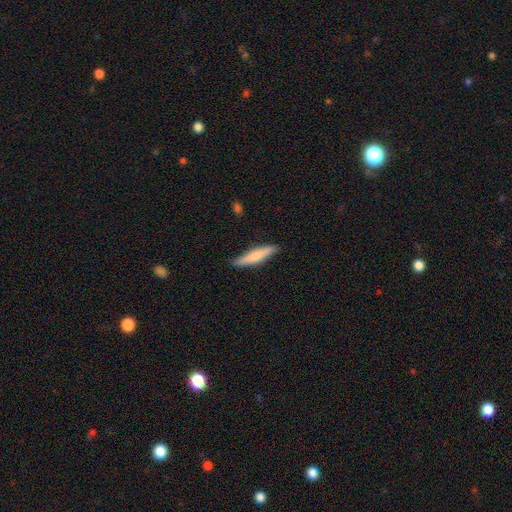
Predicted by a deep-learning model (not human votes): Q: Smooth or featured?
A: smooth (68%); runner-up: featured or disk (27%)
Q: How rounded?
A: cigar-shaped (87%); runner-up: in between (11%)
Q: Merging?
A: none (83%); runner-up: minor disturbance (13%)